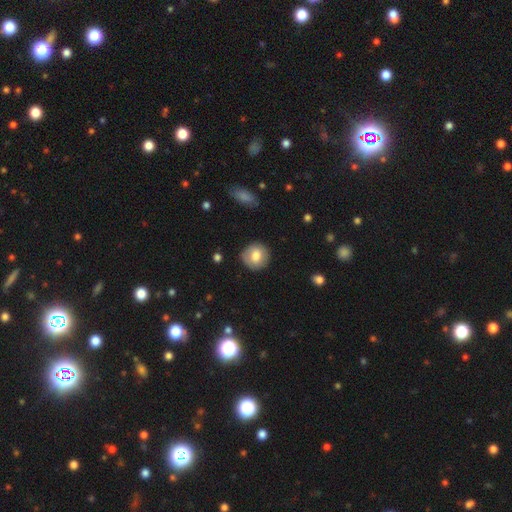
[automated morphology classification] Smooth or featured? smooth (73%)
How rounded? round (89%)
Merging? none (85%)